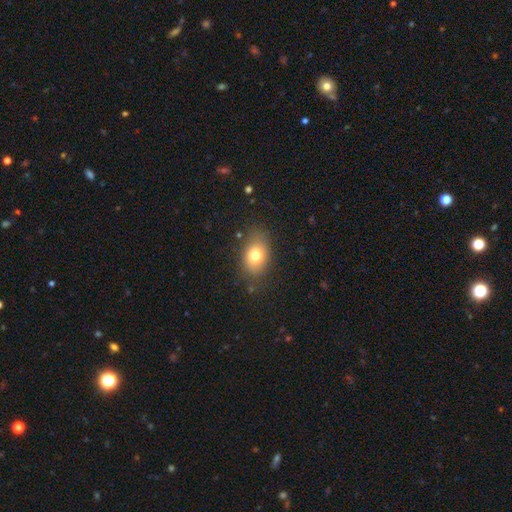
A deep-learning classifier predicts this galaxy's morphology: smooth-or-featured: smooth: 75% | featured or disk: 14% | star or artifact: 11%
  how-rounded: in between: 73% | round: 26% | cigar-shaped: 1%
  merging: none: 79% | minor disturbance: 15% | major disturbance: 5% | merger: 2%